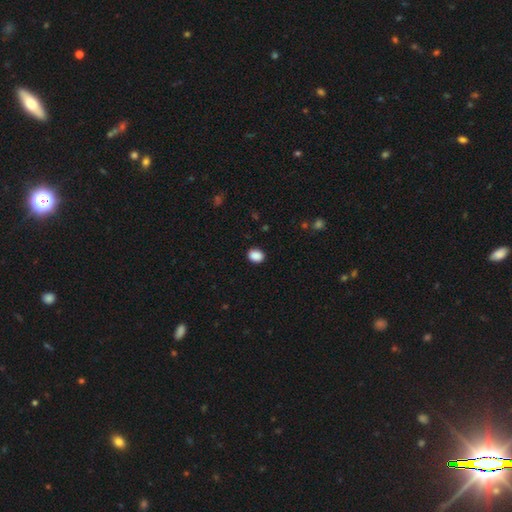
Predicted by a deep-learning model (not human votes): Q: Smooth or featured?
A: smooth (89%); runner-up: star or artifact (8%)
Q: How rounded?
A: in between (58%); runner-up: round (41%)
Q: Merging?
A: none (89%); runner-up: minor disturbance (8%)